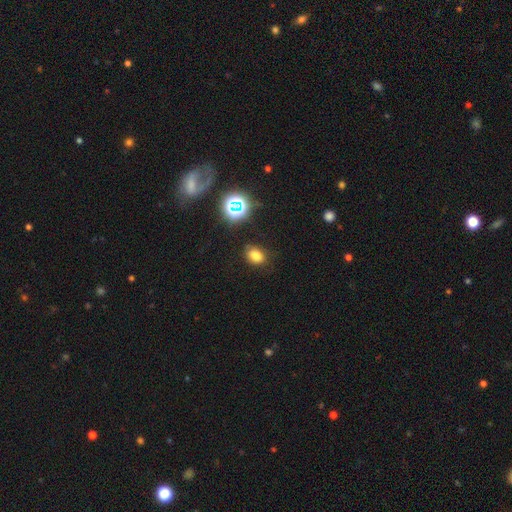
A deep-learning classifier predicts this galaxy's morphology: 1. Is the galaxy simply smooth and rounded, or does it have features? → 75% smooth, 19% star or artifact, 7% featured or disk.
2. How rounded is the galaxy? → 66% in between, 33% round, 1% cigar-shaped.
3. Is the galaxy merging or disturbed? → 82% none, 13% minor disturbance, 4% major disturbance, 2% merger.